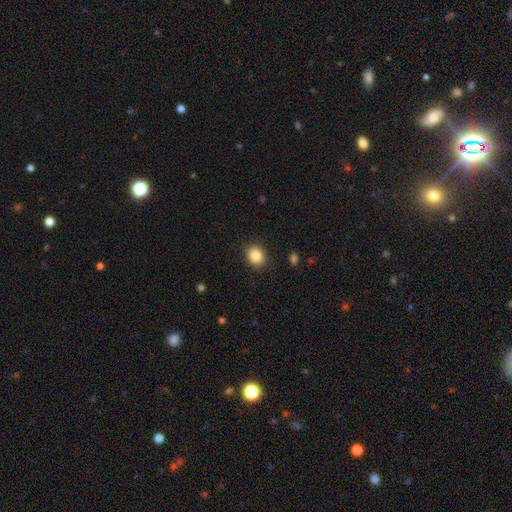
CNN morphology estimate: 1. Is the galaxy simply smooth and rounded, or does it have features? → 85% smooth, 9% star or artifact, 5% featured or disk.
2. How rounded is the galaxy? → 65% round, 35% in between, 1% cigar-shaped.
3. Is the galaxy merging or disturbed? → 89% none, 8% minor disturbance, 2% major disturbance, 1% merger.